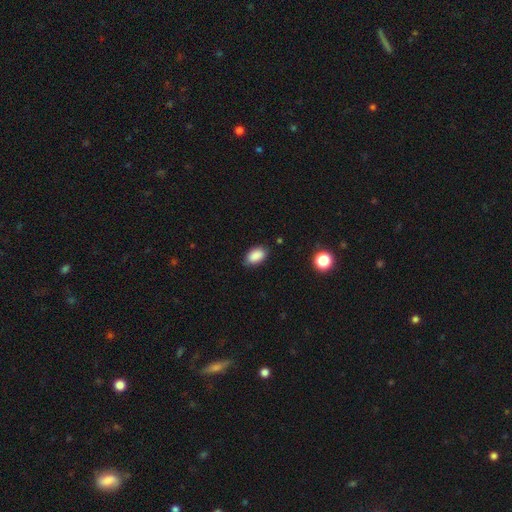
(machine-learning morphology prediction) Q: Smooth or featured?
A: smooth (88%); runner-up: star or artifact (8%)
Q: How rounded?
A: in between (91%); runner-up: round (7%)
Q: Merging?
A: none (82%); runner-up: minor disturbance (14%)